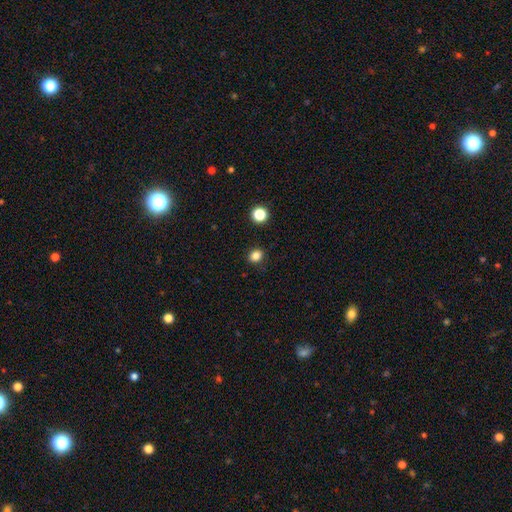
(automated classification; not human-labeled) Overall: smooth (84%). How rounded: round (64%; in between 35%). Merging: none (89%).